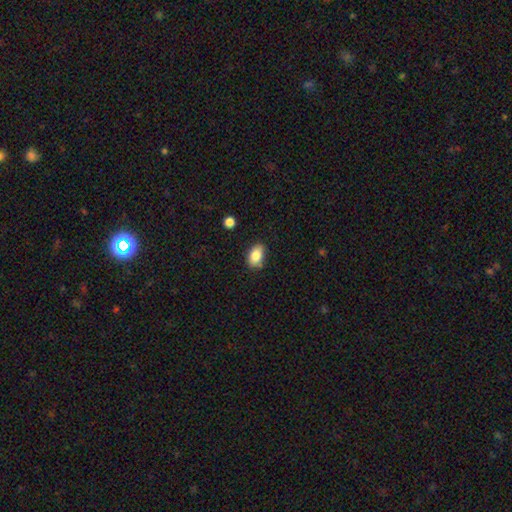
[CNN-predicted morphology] type=smooth (84%); roundness=in between (87%); merging=none (77%).